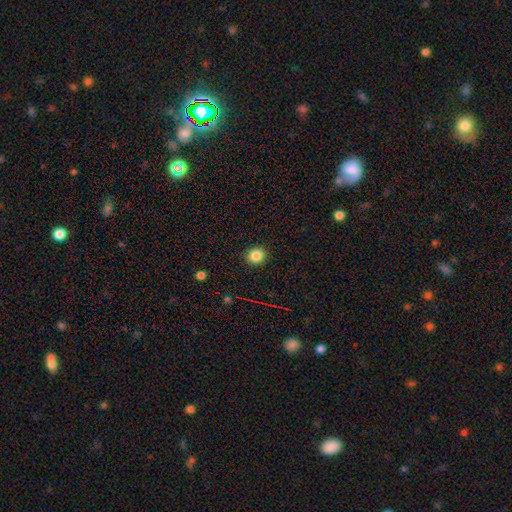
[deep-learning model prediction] Smooth or featured: smooth — 84% (star or artifact — 11%)
How rounded: round — 79% (in between — 20%)
Merging: none — 91% (minor disturbance — 6%)